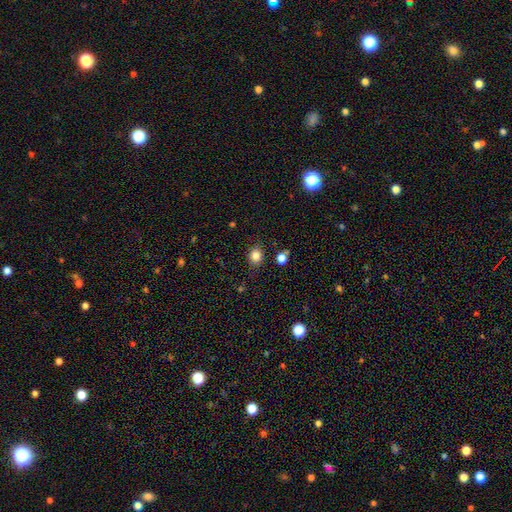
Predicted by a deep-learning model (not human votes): A smooth galaxy with no disk features (82%) that is round (60%).

Vote fractions:
- Smooth or featured? smooth: 82% / star or artifact: 12% / featured or disk: 6%
- How rounded? round: 60% / in between: 39% / cigar-shaped: 1%
- Merging? none: 83% / minor disturbance: 12% / major disturbance: 3% / merger: 3%